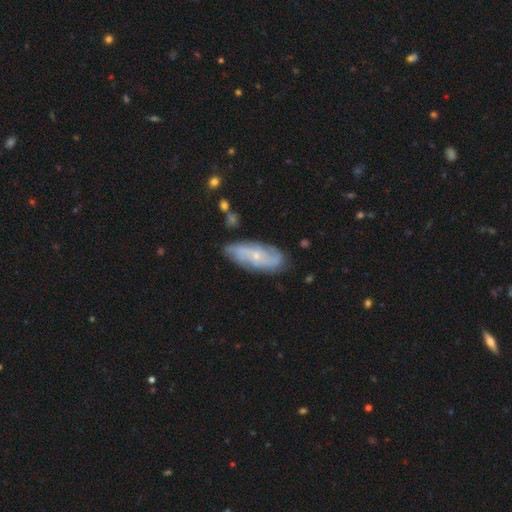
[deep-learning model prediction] A featured or disk galaxy (71%) with no bar (72%), 2 (33%) medium (40%, tied with tight) spiral arms (90%) and a small central bulge (76%).

Vote fractions:
- Smooth or featured? featured or disk: 71% / smooth: 22% / star or artifact: 7%
- Edge-on disk? no: 90% / yes: 10%
- Bar? no: 72% / weak: 23% / strong: 4%
- Spiral arms? yes: 90% / no: 10%
- Spiral winding? medium: 40% (tied) / tight: 40% (tied) / loose: 20%
- Spiral arm count? 2: 33% / can't tell: 30% / 3: 19% / 4: 9% / 1: 4% / more than 4: 4%
- Bulge size? small: 76% / moderate: 19% / none: 2% / large: 1% / dominant: 1%
- Merging? none: 77% / minor disturbance: 17% / major disturbance: 4% / merger: 2%